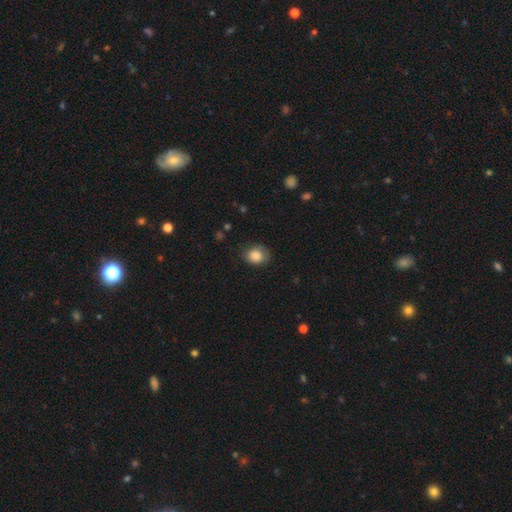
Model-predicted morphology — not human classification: Smooth or featured?
  - smooth: 82% *
  - featured or disk: 10%
  - star or artifact: 8%
How rounded?
  - round: 62% *
  - in between: 37%
  - cigar-shaped: 1%
Merging?
  - none: 66% *
  - minor disturbance: 24%
  - major disturbance: 8%
  - merger: 1%